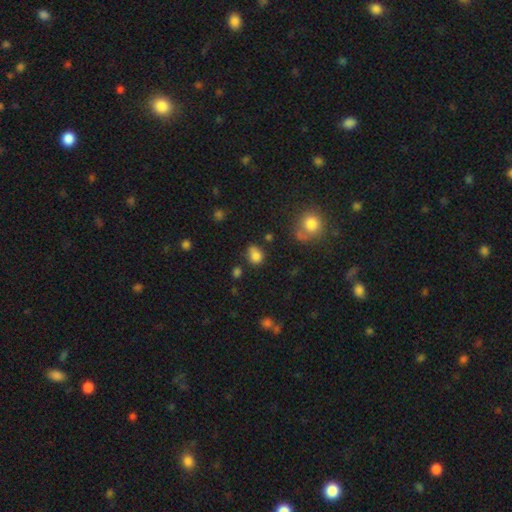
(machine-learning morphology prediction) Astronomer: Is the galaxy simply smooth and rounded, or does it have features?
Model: smooth — 79%.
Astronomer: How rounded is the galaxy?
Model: round — 55% (runner-up: in between, 44%).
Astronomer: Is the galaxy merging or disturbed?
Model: none — 59%.